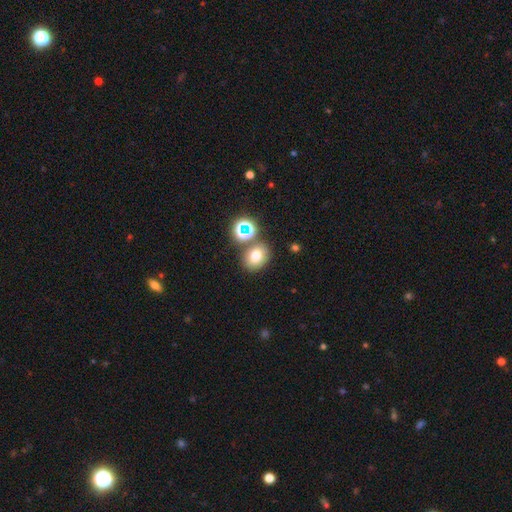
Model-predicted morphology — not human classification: Overall: smooth (71%). How rounded: round (55%; in between 44%). Merging: none (73%).